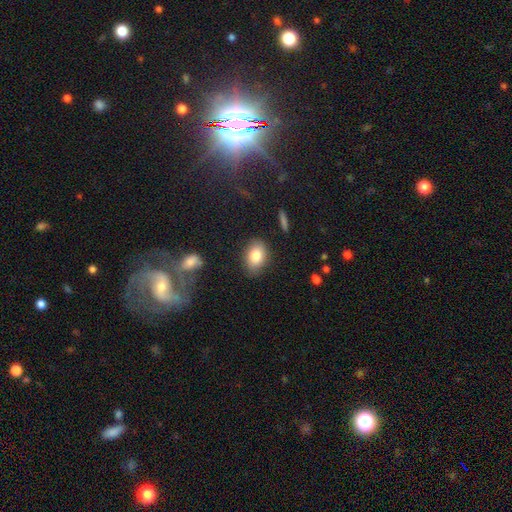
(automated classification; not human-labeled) The model was most divided on "how rounded": in between: 81%, round: 17%, cigar-shaped: 1%. More confident: smooth or featured — smooth (83%); merging — none (82%).